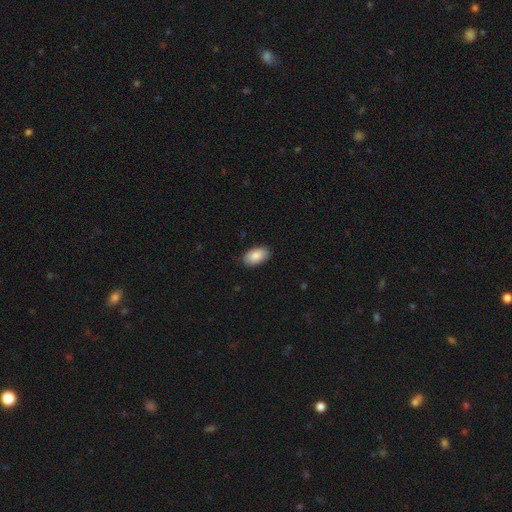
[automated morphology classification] smooth-or-featured: smooth: 88% | featured or disk: 6% | star or artifact: 6%
  how-rounded: in between: 95% | round: 4% | cigar-shaped: 1%
  merging: none: 86% | minor disturbance: 11% | major disturbance: 2% | merger: 1%